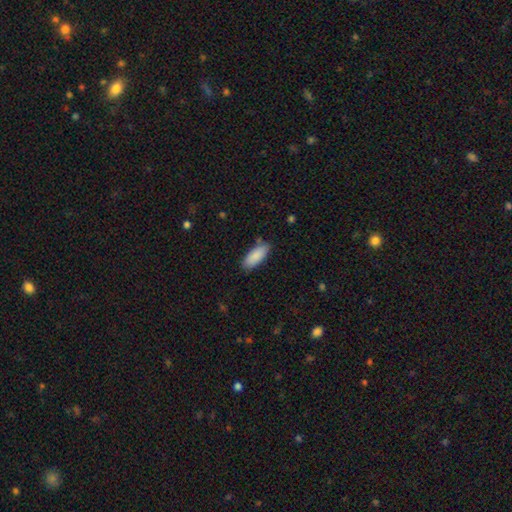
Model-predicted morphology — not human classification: Q: Smooth or featured?
A: smooth (88%); runner-up: featured or disk (6%)
Q: How rounded?
A: in between (79%); runner-up: cigar-shaped (20%)
Q: Merging?
A: none (82%); runner-up: minor disturbance (14%)